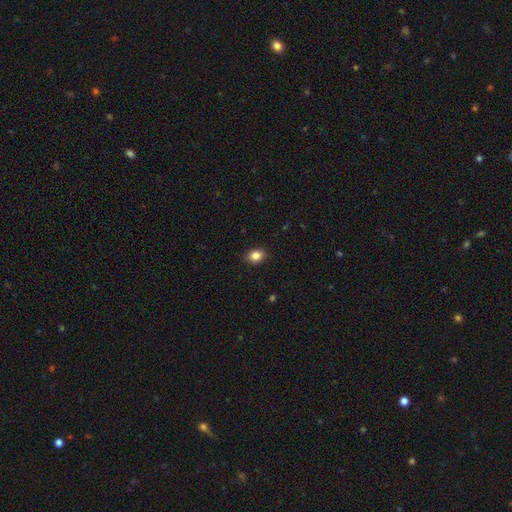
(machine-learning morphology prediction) The model was most divided on "how rounded": in between: 67%, round: 32%, cigar-shaped: 1%. More confident: merging — none (89%); smooth or featured — smooth (85%).